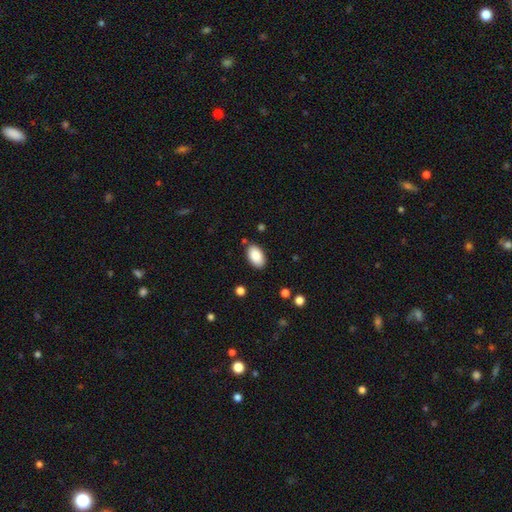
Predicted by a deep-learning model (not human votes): smooth 87%, star or artifact 7%, featured or disk 6%. Down the decision tree: how rounded — in between (94%); merging — none (86%).